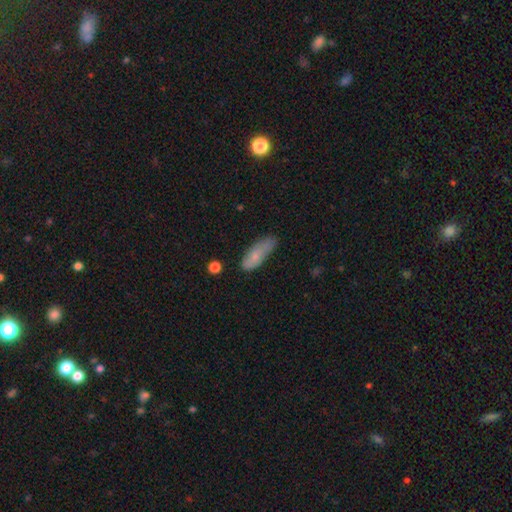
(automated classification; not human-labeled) Overall: smooth (74%). How rounded: in between (62%; cigar-shaped 36%). Merging: none (64%; minor disturbance 28%).